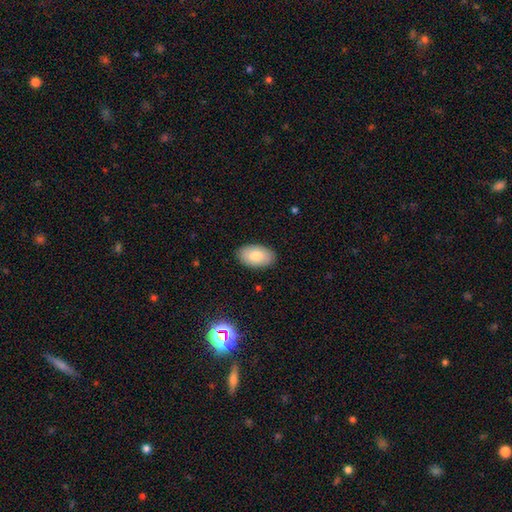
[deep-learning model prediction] This appears to be a smooth galaxy with no disk features (83%) that is in between round and cigar-shaped (94%). Merging: none (88%).